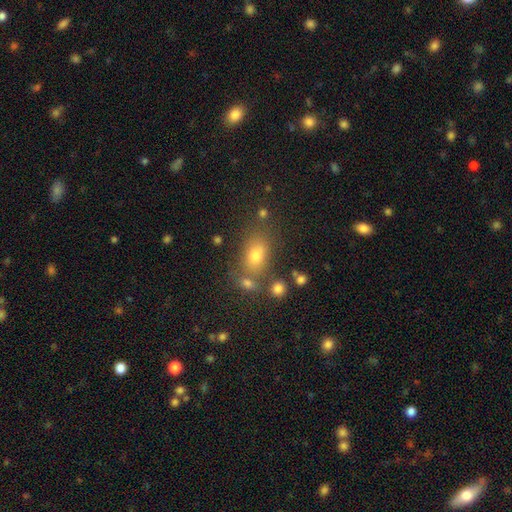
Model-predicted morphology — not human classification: This appears to be a smooth galaxy with no disk features (73%) that is in between round and cigar-shaped (79%). Merging: none (62%).